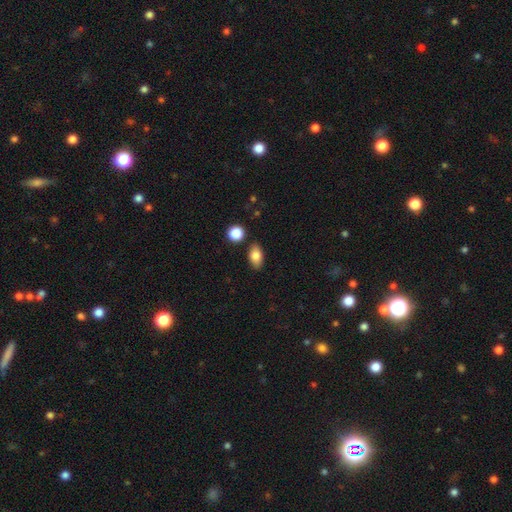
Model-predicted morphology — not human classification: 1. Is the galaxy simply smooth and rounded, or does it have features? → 82% smooth, 10% featured or disk, 8% star or artifact.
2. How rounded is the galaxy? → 88% in between, 8% round, 3% cigar-shaped.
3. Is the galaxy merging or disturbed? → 84% none, 10% minor disturbance, 4% merger, 2% major disturbance.